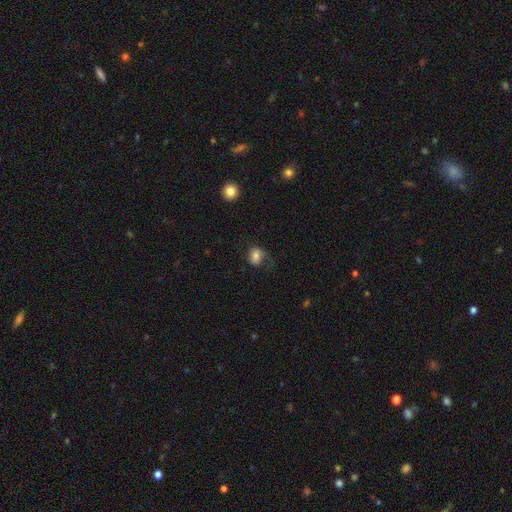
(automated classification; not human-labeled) smooth-or-featured: smooth: 64% | featured or disk: 26% | star or artifact: 10%
  how-rounded: in between: 52% | round: 46% | cigar-shaped: 1%
  merging: none: 48% | major disturbance: 26% | minor disturbance: 25% | merger: 2%